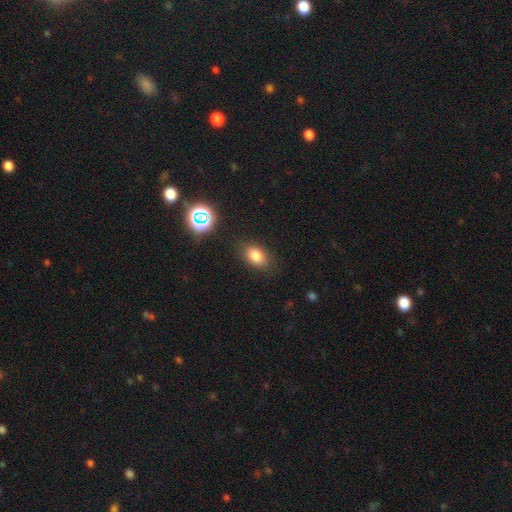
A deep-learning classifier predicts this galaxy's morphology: Q: Smooth or featured?
A: smooth (78%); runner-up: star or artifact (13%)
Q: How rounded?
A: in between (82%); runner-up: round (17%)
Q: Merging?
A: none (84%); runner-up: minor disturbance (11%)